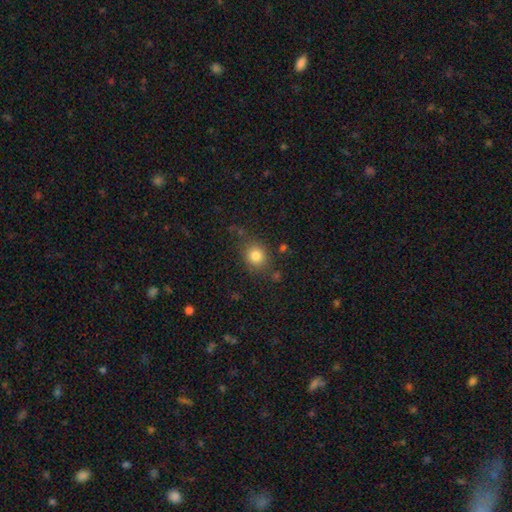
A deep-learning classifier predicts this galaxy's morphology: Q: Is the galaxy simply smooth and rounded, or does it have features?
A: smooth — 81%.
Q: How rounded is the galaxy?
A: round — 75%.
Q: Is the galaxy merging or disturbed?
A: none — 77%.